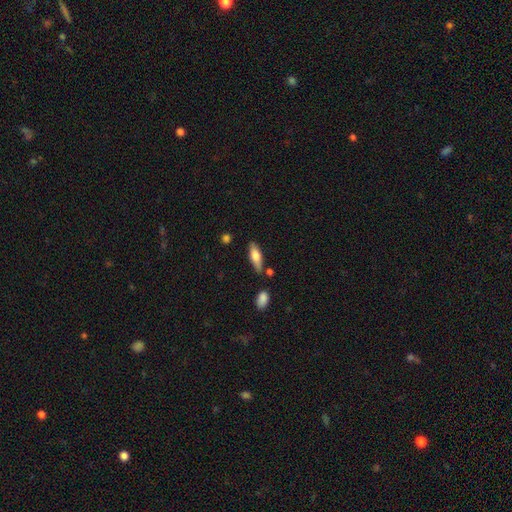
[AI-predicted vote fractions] Morphology: type=smooth (67%); roundness=in between (57%); merging=none (74%).